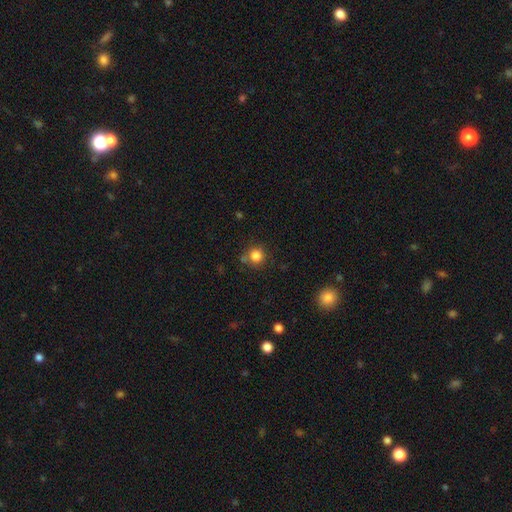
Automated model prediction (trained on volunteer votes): Morphology: type=smooth (83%); roundness=round (91%); merging=none (74%).